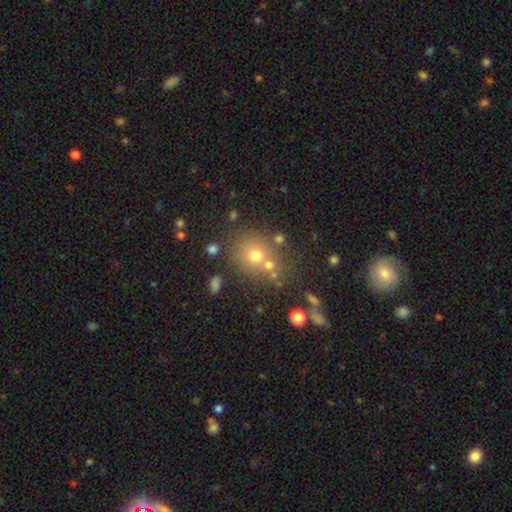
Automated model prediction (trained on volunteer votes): Smooth or featured? Predicted: smooth (p=0.65). How rounded? Predicted: round (p=0.83). Merging? Predicted: none (p=0.58).